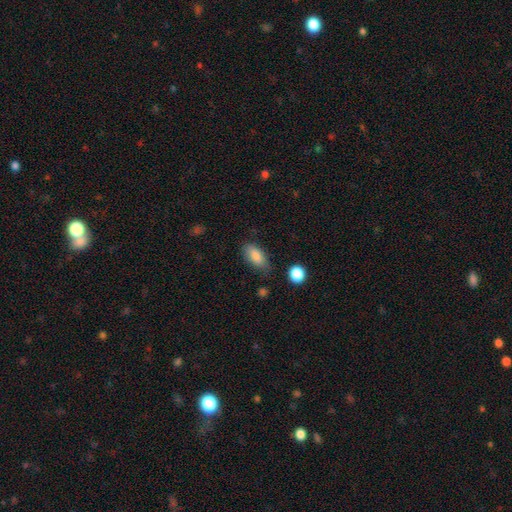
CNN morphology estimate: smooth 85%, star or artifact 7%, featured or disk 7%. Down the decision tree: how rounded — in between (88%); merging — none (74%).